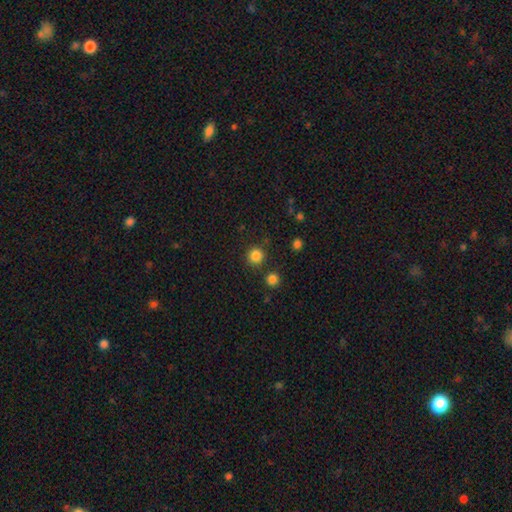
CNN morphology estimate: Smooth or featured? smooth (83%)
How rounded? round (94%)
Merging? none (85%)